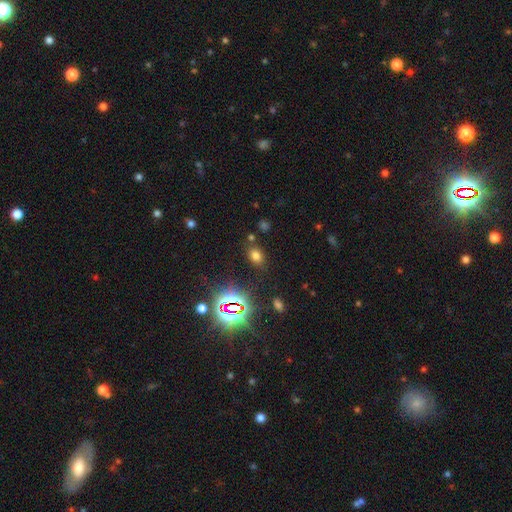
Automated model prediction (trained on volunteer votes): A smooth galaxy with no disk features (64%) that is in between round and cigar-shaped (64%). Merging: none (80%).